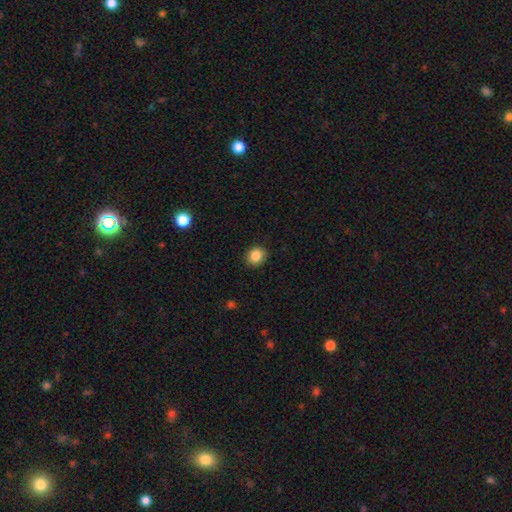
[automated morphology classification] This is clearly a smooth galaxy (86%). How rounded: likely round (74%). Merging: clearly none (90%).